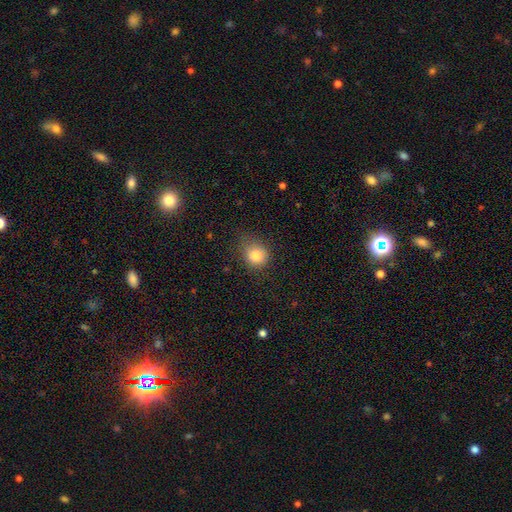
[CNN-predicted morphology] smooth_or_featured: smooth (p=0.82) [alt: star or artifact p=0.11]
how_rounded: round (p=0.79) [alt: in between p=0.20]
merging: none (p=0.66) [alt: minor disturbance p=0.25]